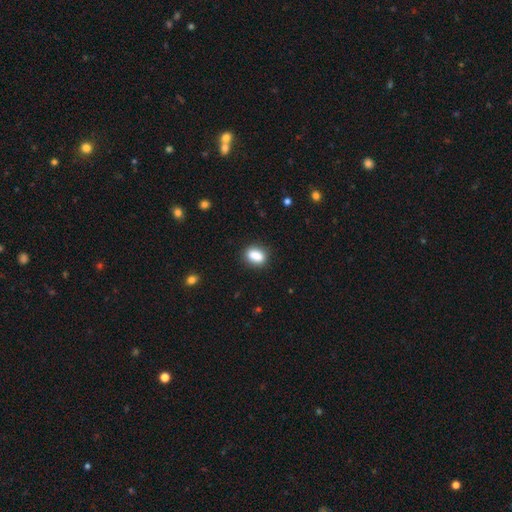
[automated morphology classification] This appears to be a smooth galaxy with no disk features (86%) that is in between round and cigar-shaped (78%). Merging: none (82%).